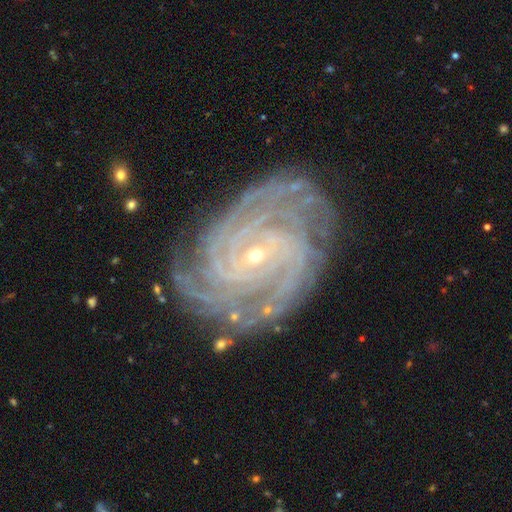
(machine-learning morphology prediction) This is clearly a featured or disk galaxy (92%). It is clearly not viewed edge-on (97%). Bar: possibly no (59%). Spiral arm pattern: clearly yes (99%). Spiral arm count: marginally 4 (27%). Spiral winding: clearly tight (82%). Central bulge: clearly small (82%). Merging: likely none (77%).